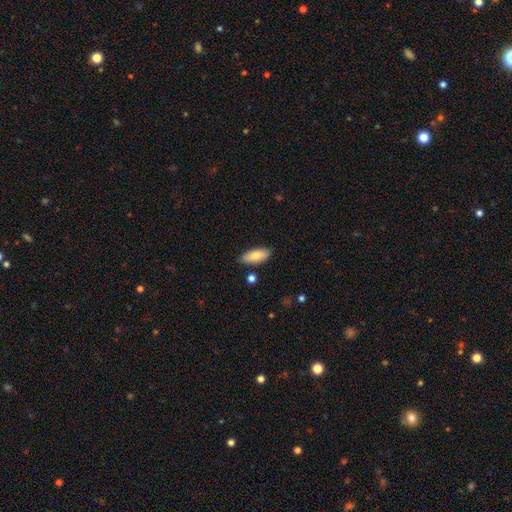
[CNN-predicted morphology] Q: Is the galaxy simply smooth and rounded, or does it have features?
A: smooth — 78%.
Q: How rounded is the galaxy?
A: in between — 82%.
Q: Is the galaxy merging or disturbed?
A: none — 81%.